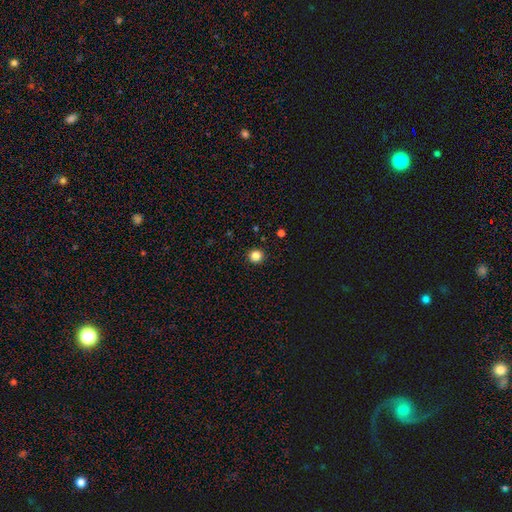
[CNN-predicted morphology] A smooth galaxy with no disk features (84%) that is round (95%).

Vote fractions:
- Smooth or featured? smooth: 84% / star or artifact: 12% / featured or disk: 4%
- How rounded? round: 95% / in between: 4% / cigar-shaped: 1%
- Merging? none: 93% / minor disturbance: 4% / major disturbance: 1% / merger: 1%